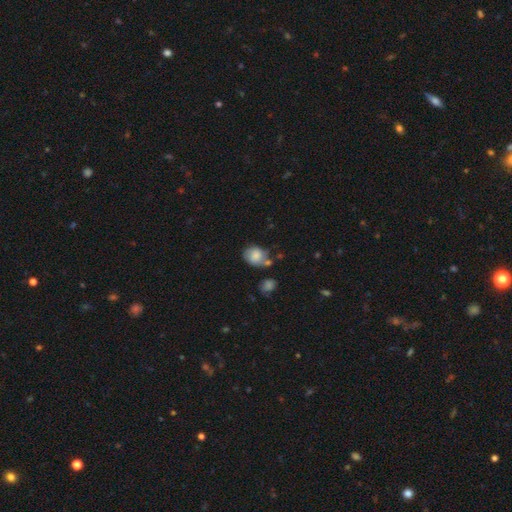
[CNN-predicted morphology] This appears to be a smooth galaxy with no disk features (75%) that is round (53%). Merging: none (48%).